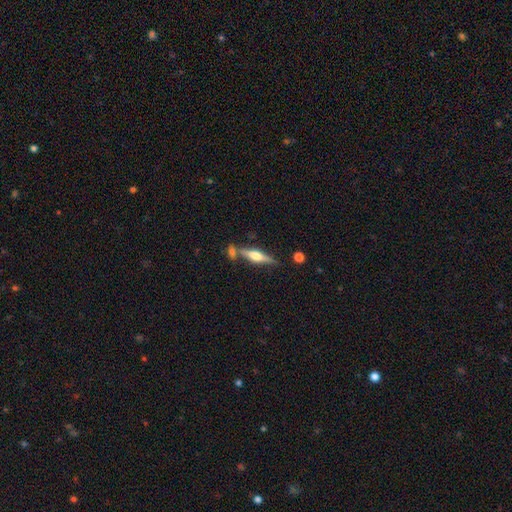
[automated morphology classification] type=featured or disk (67%); edge-on=yes (96%); edge-on bulge=rounded (88%); merging=none (70%).